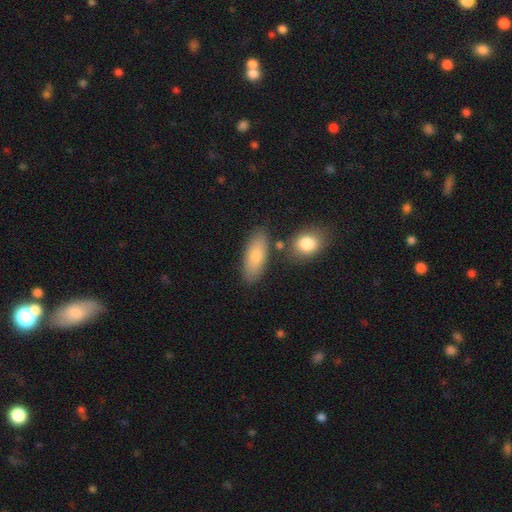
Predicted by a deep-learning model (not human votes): smooth-or-featured: smooth: 75% | featured or disk: 18% | star or artifact: 7%
  how-rounded: in between: 76% | cigar-shaped: 21% | round: 4%
  merging: none: 77% | minor disturbance: 12% | merger: 9% | major disturbance: 3%